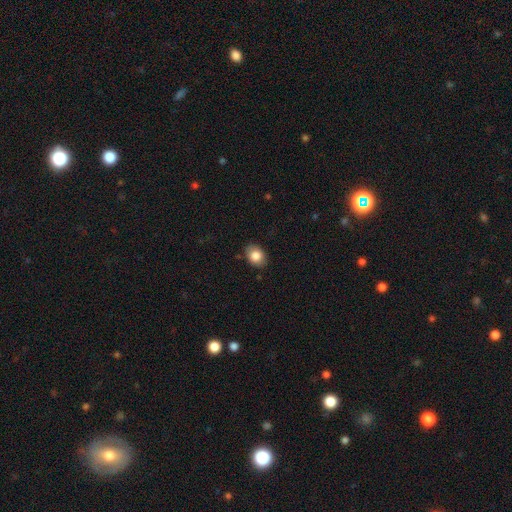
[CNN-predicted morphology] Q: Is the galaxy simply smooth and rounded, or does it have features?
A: smooth — 83%.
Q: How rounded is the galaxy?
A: in between — 68%.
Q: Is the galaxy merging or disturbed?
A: none — 84%.